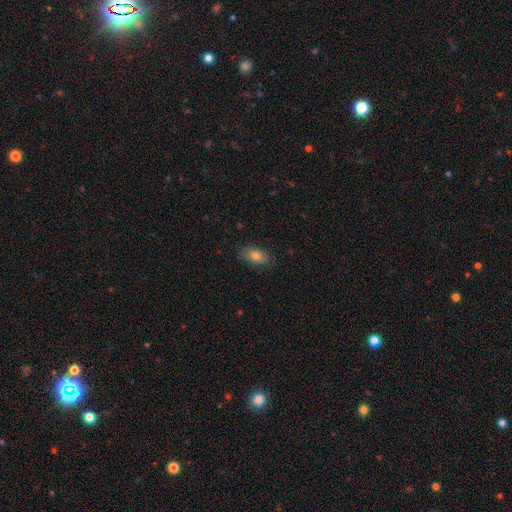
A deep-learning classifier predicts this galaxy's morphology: Smooth or featured?
  - smooth: 79% *
  - featured or disk: 12%
  - star or artifact: 8%
How rounded?
  - in between: 90% *
  - round: 7%
  - cigar-shaped: 4%
Merging?
  - none: 84% *
  - minor disturbance: 13%
  - major disturbance: 3%
  - merger: 1%